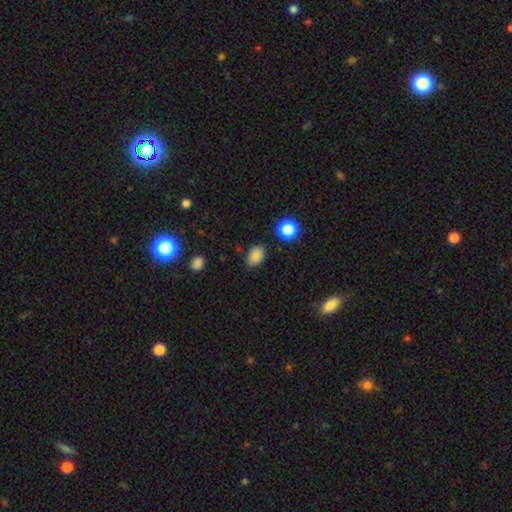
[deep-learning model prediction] smooth_or_featured: smooth (p=0.85) [alt: star or artifact p=0.11]
how_rounded: in between (p=0.82) [alt: round p=0.17]
merging: none (p=0.77) [alt: minor disturbance p=0.18]